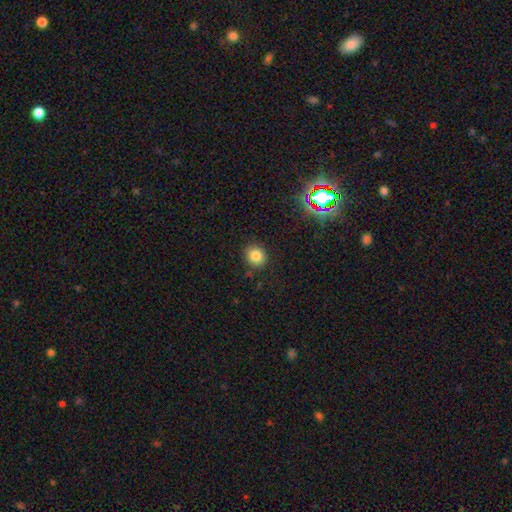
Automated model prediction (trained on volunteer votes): A smooth galaxy with no disk features (83%) that is round (81%).

Vote fractions:
- Smooth or featured? smooth: 83% / star or artifact: 11% / featured or disk: 6%
- How rounded? round: 81% / in between: 18% / cigar-shaped: 1%
- Merging? none: 87% / minor disturbance: 8% / major disturbance: 2% / merger: 2%